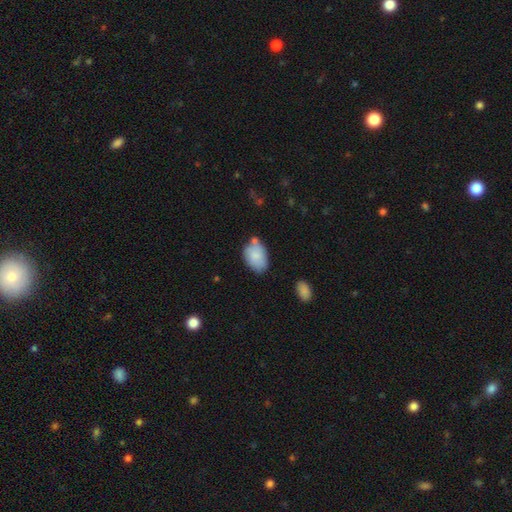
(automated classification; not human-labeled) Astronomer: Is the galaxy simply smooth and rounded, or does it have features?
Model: smooth — 82%.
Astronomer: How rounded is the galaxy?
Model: in between — 88%.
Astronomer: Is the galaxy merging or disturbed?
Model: none — 58%.